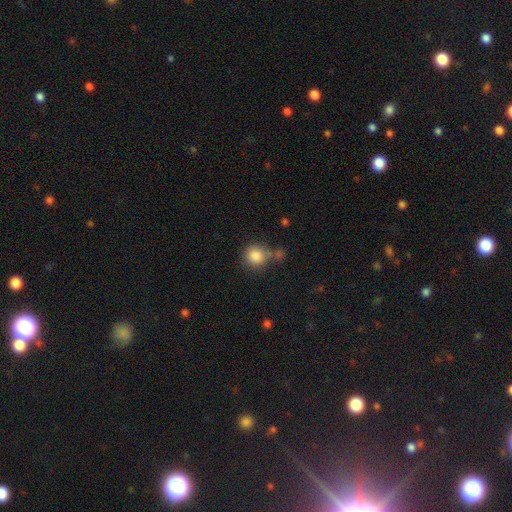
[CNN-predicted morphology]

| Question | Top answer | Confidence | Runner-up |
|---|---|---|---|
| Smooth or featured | smooth | 85% | star or artifact (9%) |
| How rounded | round | 90% | in between (9%) |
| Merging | none | 59% | merger (19%) |